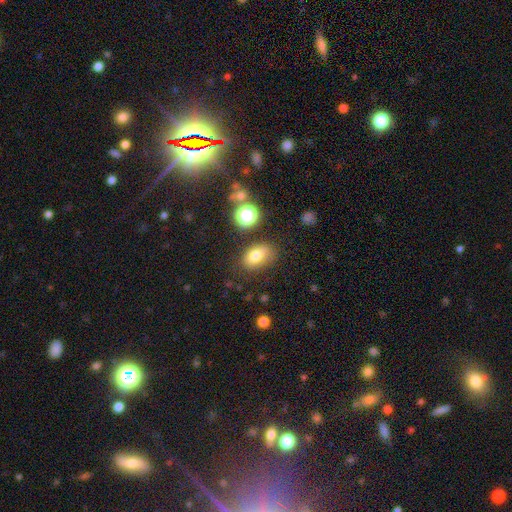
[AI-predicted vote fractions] Smooth or featured?
  - smooth: 75% *
  - star or artifact: 13%
  - featured or disk: 12%
How rounded?
  - in between: 81% *
  - round: 17%
  - cigar-shaped: 2%
Merging?
  - none: 73% *
  - minor disturbance: 17%
  - major disturbance: 5%
  - merger: 4%